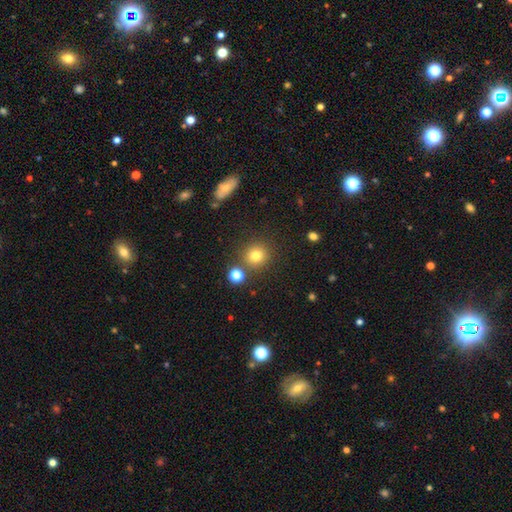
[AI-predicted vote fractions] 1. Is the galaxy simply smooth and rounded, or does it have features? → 77% smooth, 15% star or artifact, 8% featured or disk.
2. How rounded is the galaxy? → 91% round, 8% in between, 1% cigar-shaped.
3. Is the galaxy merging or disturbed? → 82% none, 8% minor disturbance, 7% merger, 3% major disturbance.